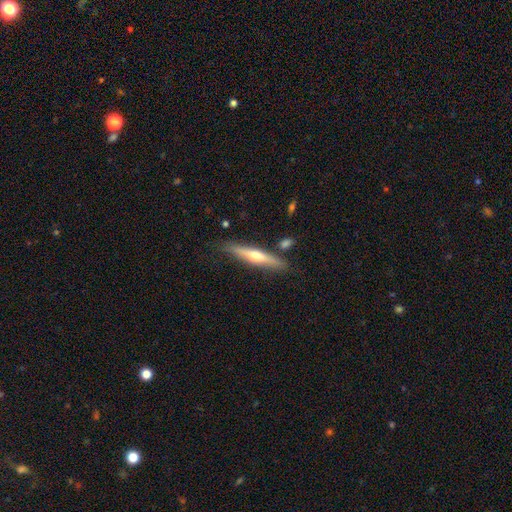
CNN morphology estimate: Smooth or featured? featured or disk (58%)
Edge-on disk? yes (95%)
Edge-on bulge? rounded (84%)
Merging? none (81%)